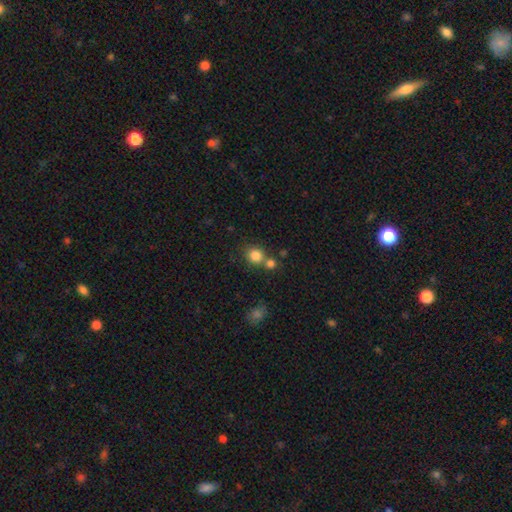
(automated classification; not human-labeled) This appears to be a smooth galaxy with no disk features (83%) that is round (81%). Merging: none (61%).